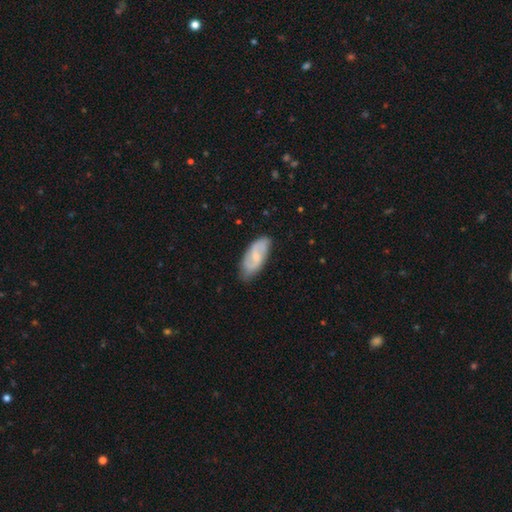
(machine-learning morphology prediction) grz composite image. It shows a featured or disk galaxy (61%) with a weak bar (51%), 2 (83%) medium (43%) spiral arms (90%) and a small central bulge (58%). Merging: none (77%).